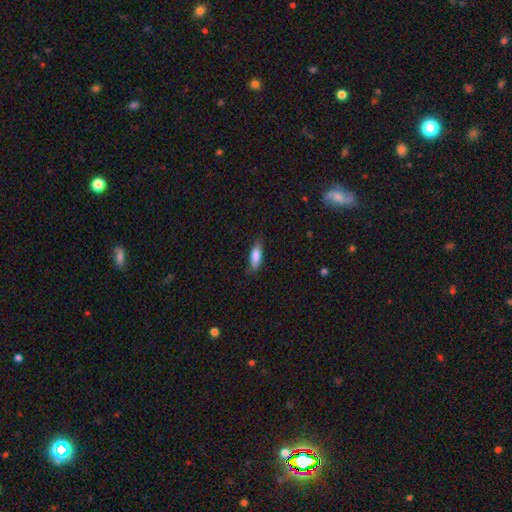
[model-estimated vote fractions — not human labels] smooth_or_featured: smooth (p=0.84) [alt: featured or disk p=0.10]
how_rounded: in between (p=0.54) [alt: cigar-shaped p=0.44]
merging: none (p=0.78) [alt: minor disturbance p=0.17]